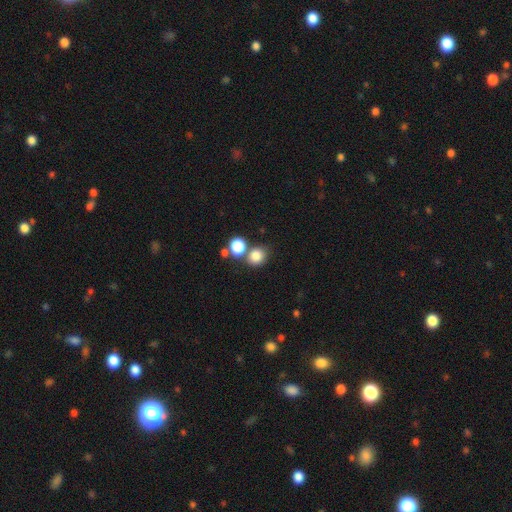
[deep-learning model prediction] Smooth or featured? Predicted: smooth (p=0.81). How rounded? Predicted: round (p=0.69). Merging? Predicted: none (p=0.56).